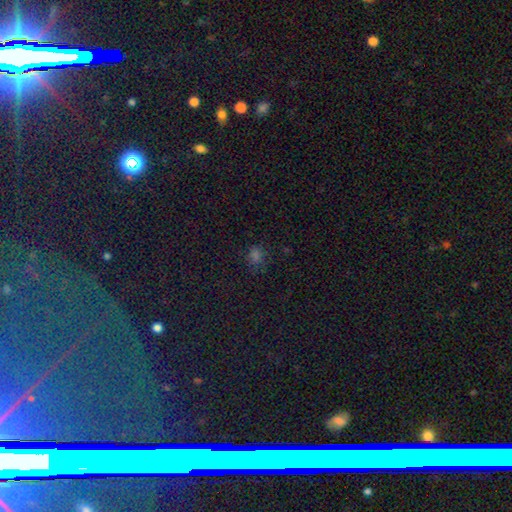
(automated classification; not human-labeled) Smooth or featured: smooth — 58% (star or artifact — 36%)
How rounded: round — 66% (in between — 33%)
Merging: none — 75% (minor disturbance — 16%)